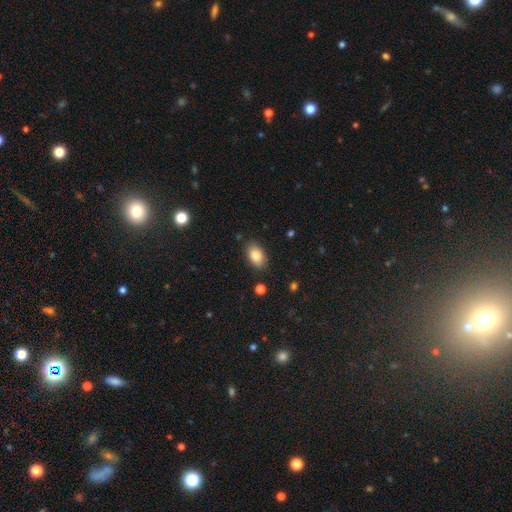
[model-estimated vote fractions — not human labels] smooth_or_featured: smooth (p=0.83) [alt: featured or disk p=0.09]
how_rounded: in between (p=0.91) [alt: round p=0.07]
merging: none (p=0.86) [alt: minor disturbance p=0.10]